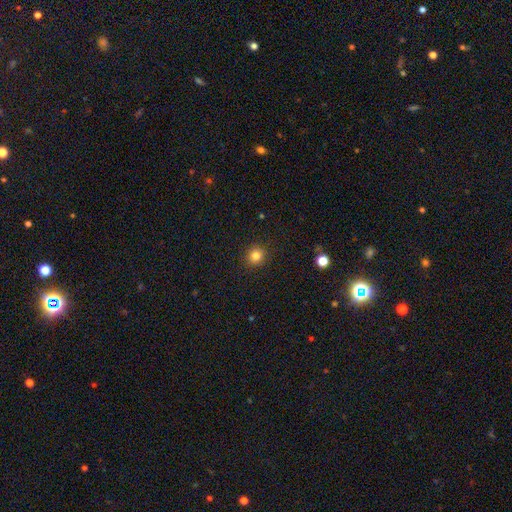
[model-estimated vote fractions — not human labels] This is clearly a smooth galaxy (83%). How rounded: clearly round (88%). Merging: clearly none (91%).